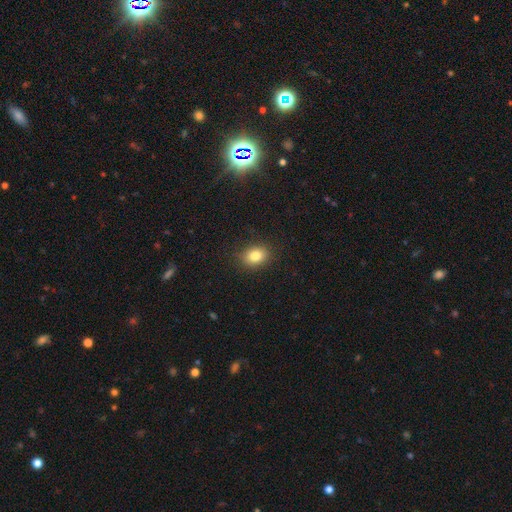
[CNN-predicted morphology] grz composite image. It shows a smooth galaxy with no disk features (82%) that is in between round and cigar-shaped (56%). Merging: none (86%).